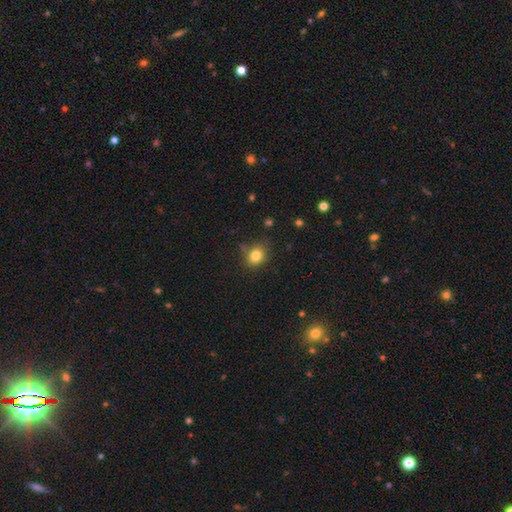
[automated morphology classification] The model was most divided on "how rounded": round: 55%, in between: 44%, cigar-shaped: 1%. More confident: smooth or featured — smooth (81%); merging — none (75%).